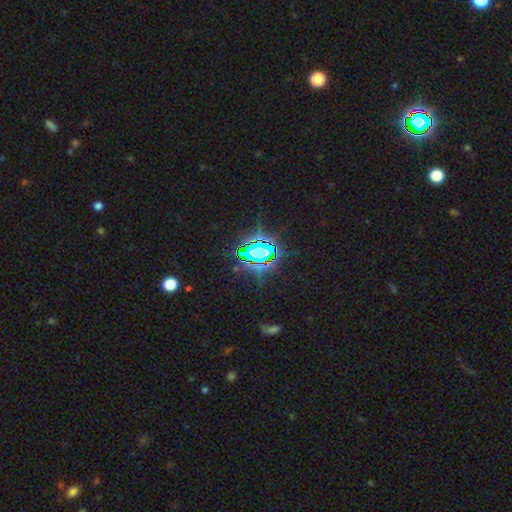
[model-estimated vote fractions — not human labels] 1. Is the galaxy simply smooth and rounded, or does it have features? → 79% star or artifact, 11% smooth, 10% featured or disk.